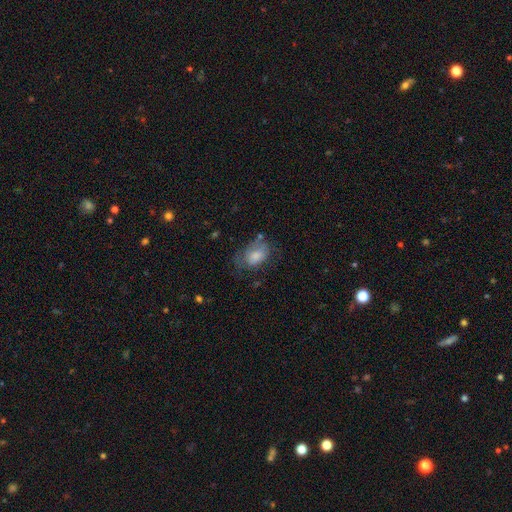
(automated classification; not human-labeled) Overall: smooth (72%). How rounded: in between (86%). Merging: none (42%; minor disturbance 31%).